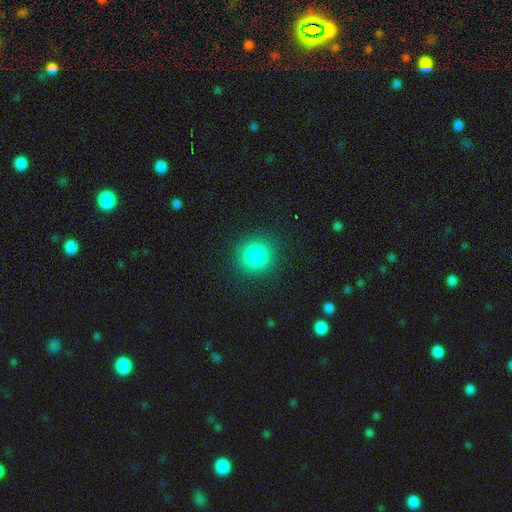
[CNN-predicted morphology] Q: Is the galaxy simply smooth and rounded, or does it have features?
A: smooth — 84%.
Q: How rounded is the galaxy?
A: round — 92%.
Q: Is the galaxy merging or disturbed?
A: none — 89%.